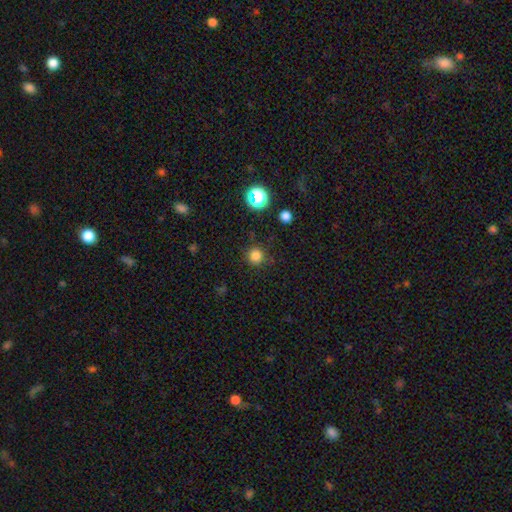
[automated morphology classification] smooth_or_featured: smooth (p=0.80) [alt: star or artifact p=0.16]
how_rounded: round (p=0.95) [alt: in between p=0.05]
merging: none (p=0.86) [alt: minor disturbance p=0.09]